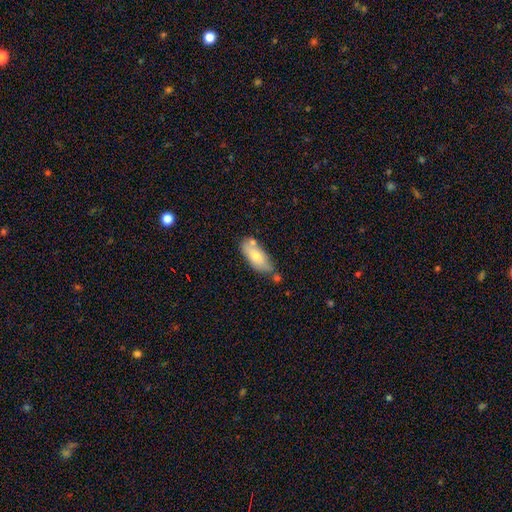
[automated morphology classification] A smooth galaxy with no disk features (71%) that is in between round and cigar-shaped (83%).

Vote fractions:
- Smooth or featured? smooth: 71% / featured or disk: 23% / star or artifact: 6%
- How rounded? in between: 83% / cigar-shaped: 15% / round: 2%
- Merging? none: 58% / minor disturbance: 23% / merger: 14% / major disturbance: 5%